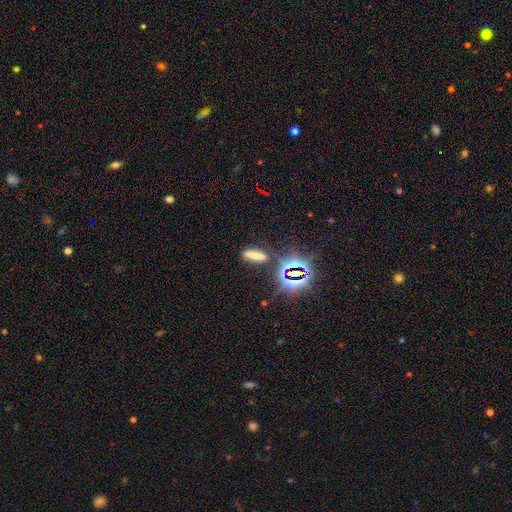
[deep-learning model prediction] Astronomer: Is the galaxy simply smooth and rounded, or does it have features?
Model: smooth — 56% (runner-up: star or artifact, 33%).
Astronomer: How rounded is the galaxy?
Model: cigar-shaped — 51% (runner-up: in between, 42%).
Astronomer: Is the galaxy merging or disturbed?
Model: none — 77%.